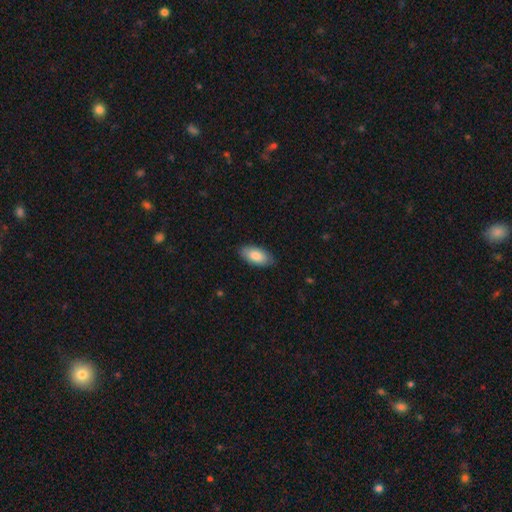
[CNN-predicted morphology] The model was most divided on "merging": none: 85%, minor disturbance: 12%, major disturbance: 2%, merger: 1%. More confident: how rounded — in between (93%); smooth or featured — smooth (85%).